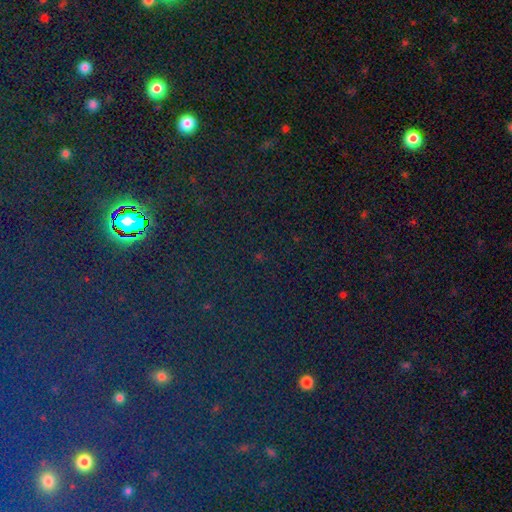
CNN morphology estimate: Q: Smooth or featured?
A: star or artifact (81%); runner-up: smooth (11%)